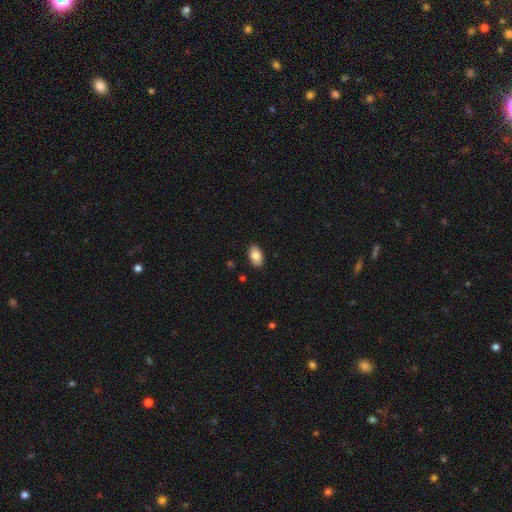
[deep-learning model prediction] Morphology: type=smooth (84%); roundness=in between (93%); merging=none (89%).